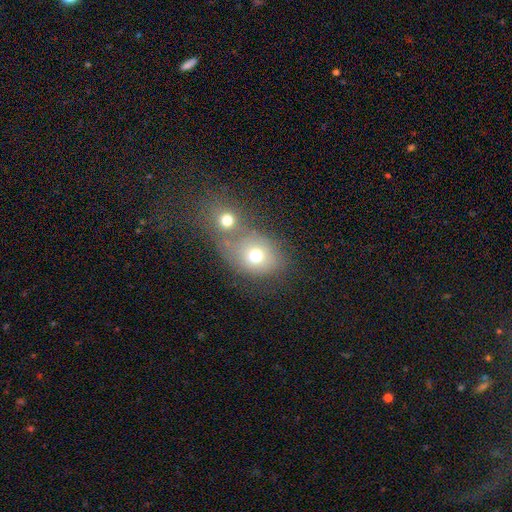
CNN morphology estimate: Smooth or featured: smooth — 70% (featured or disk — 17%)
How rounded: round — 58% (in between — 41%)
Merging: merger — 54% (none — 30%)